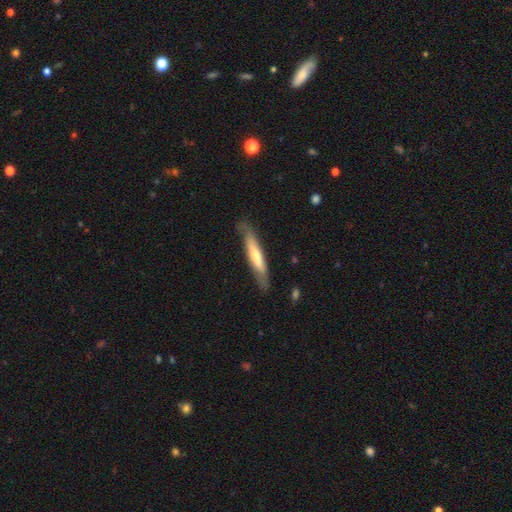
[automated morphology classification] Smooth or featured? Predicted: featured or disk (p=0.51). Edge-on disk? Predicted: yes (p=0.76). Merging? Predicted: none (p=0.79).